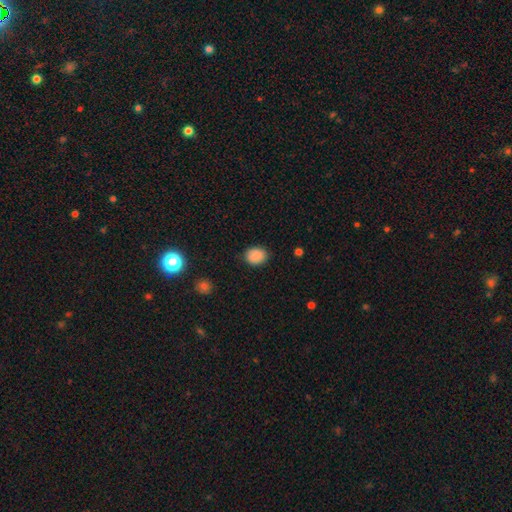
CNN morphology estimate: Smooth or featured: smooth — 88% (star or artifact — 9%)
How rounded: round — 53% (in between — 46%)
Merging: none — 84% (minor disturbance — 12%)